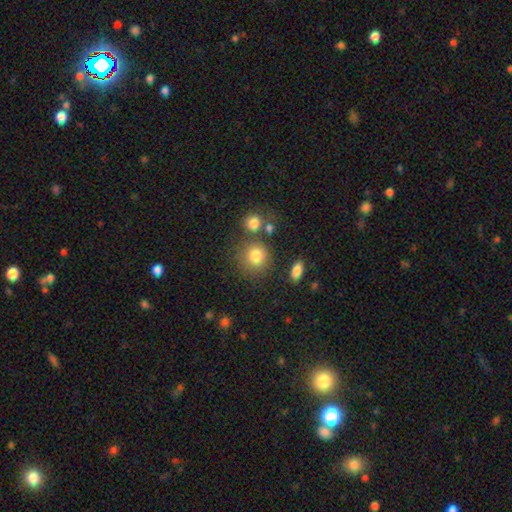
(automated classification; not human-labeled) Smooth or featured: smooth — 82% (star or artifact — 11%)
How rounded: round — 82% (in between — 17%)
Merging: none — 68% (merger — 13%)